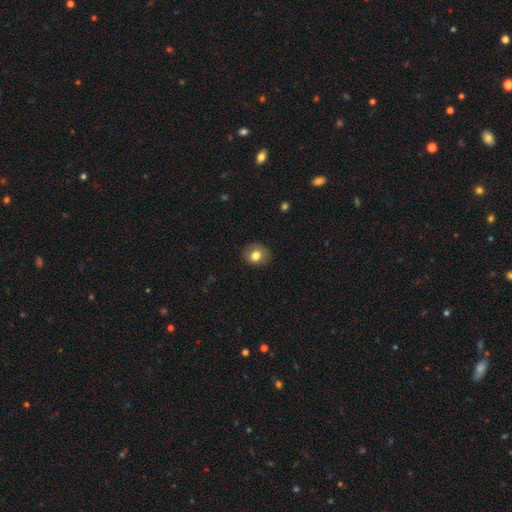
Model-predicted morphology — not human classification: smooth_or_featured: smooth (p=0.79) [alt: featured or disk p=0.11]
how_rounded: round (p=0.69) [alt: in between p=0.30]
merging: none (p=0.83) [alt: minor disturbance p=0.13]